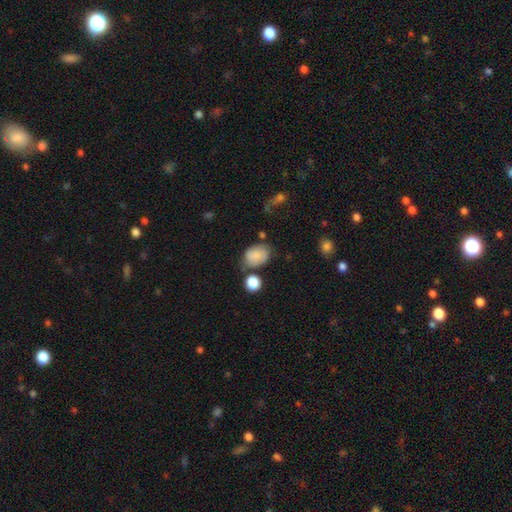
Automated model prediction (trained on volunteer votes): Morphology: type=smooth (74%); roundness=in between (71%); merging=none (60%).